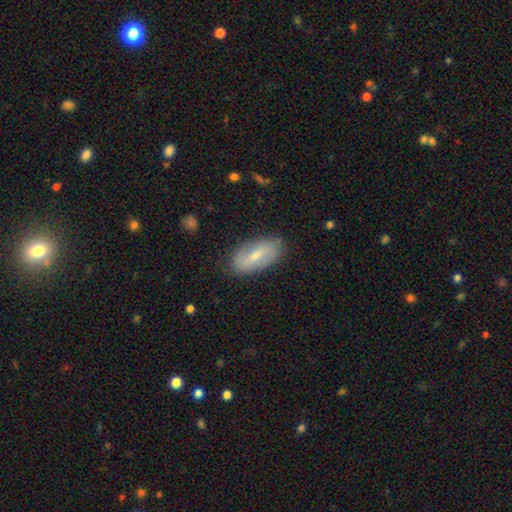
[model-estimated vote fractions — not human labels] Overall: smooth (52%; featured or disk 41%). How rounded: in between (87%). Merging: none (83%).